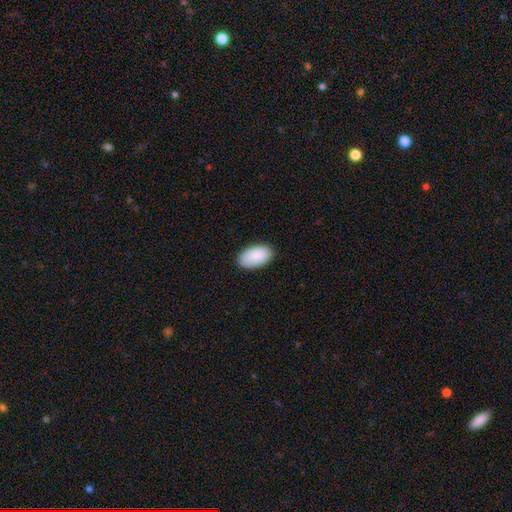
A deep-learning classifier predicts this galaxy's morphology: Overall: smooth (90%). How rounded: in between (96%). Merging: none (87%).